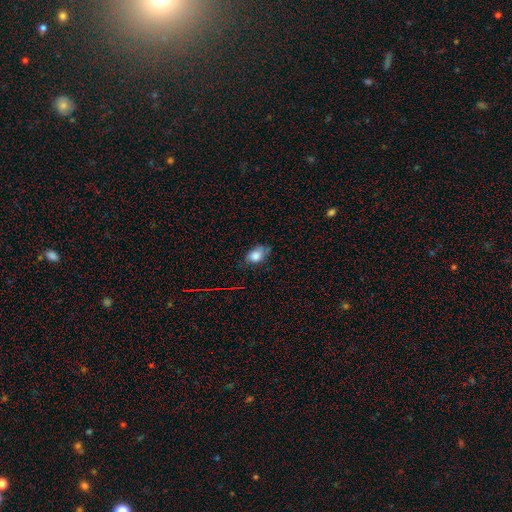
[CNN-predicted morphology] Smooth or featured? smooth (80%)
How rounded? in between (80%)
Merging? none (58%)